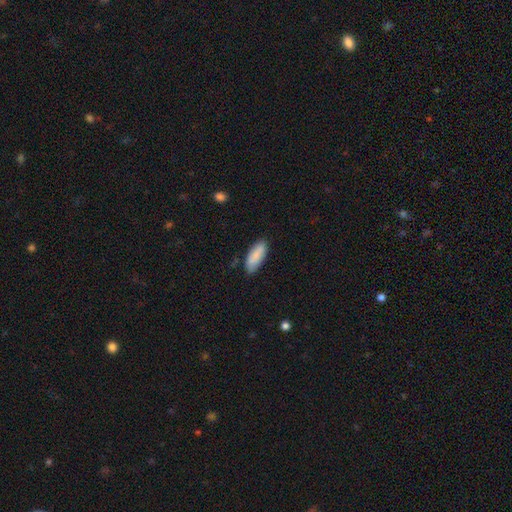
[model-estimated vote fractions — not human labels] Q: Smooth or featured?
A: smooth (86%); runner-up: featured or disk (9%)
Q: How rounded?
A: in between (74%); runner-up: cigar-shaped (24%)
Q: Merging?
A: none (80%); runner-up: minor disturbance (16%)